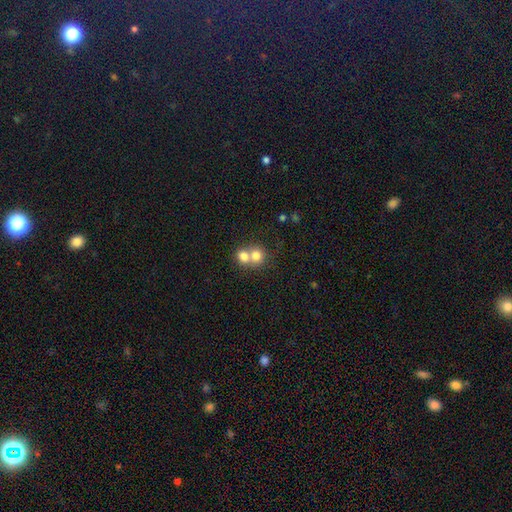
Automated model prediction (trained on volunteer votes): Smooth or featured?
  - smooth: 75% *
  - featured or disk: 15%
  - star or artifact: 10%
How rounded?
  - round: 81% *
  - in between: 18%
  - cigar-shaped: 1%
Merging?
  - merger: 66% *
  - none: 28%
  - minor disturbance: 4%
  - major disturbance: 2%